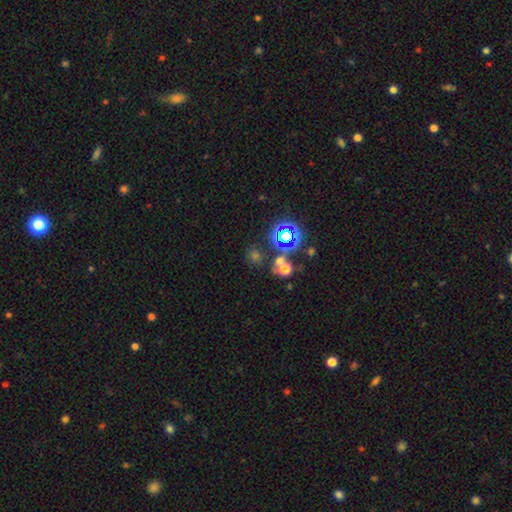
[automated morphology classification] Smooth or featured?
  - star or artifact: 53% *
  - smooth: 38%
  - featured or disk: 9%